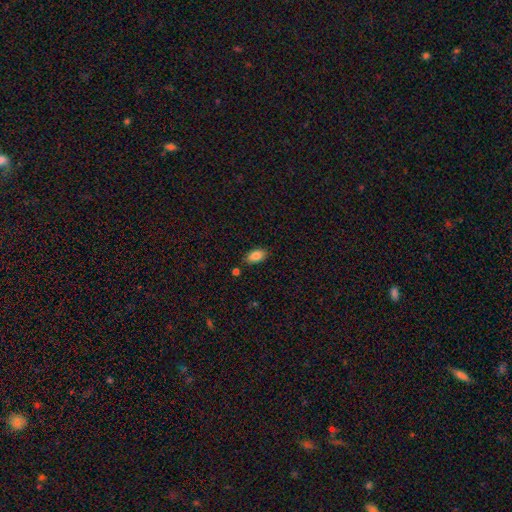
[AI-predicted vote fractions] This appears to be a smooth galaxy with no disk features (86%) that is in between round and cigar-shaped (92%). Merging: none (81%).